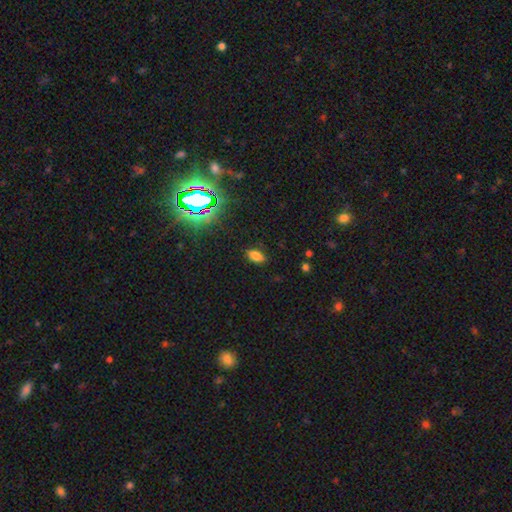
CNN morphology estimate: Smooth or featured? Predicted: smooth (p=0.75). How rounded? Predicted: in between (p=0.89). Merging? Predicted: none (p=0.85).